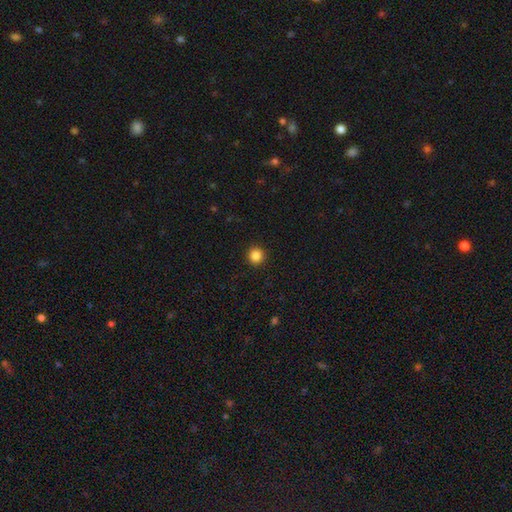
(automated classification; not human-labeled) Smooth or featured? smooth (86%)
How rounded? round (94%)
Merging? none (93%)